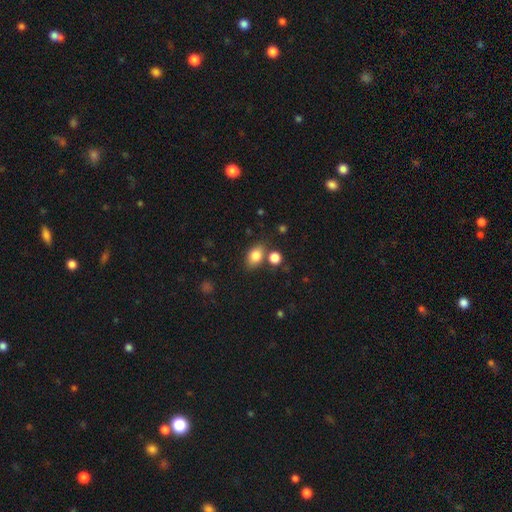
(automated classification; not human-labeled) The model was most divided on "merging": none: 70%, merger: 14%, minor disturbance: 13%, major disturbance: 4%. More confident: smooth or featured — smooth (82%); how rounded — in between (77%).